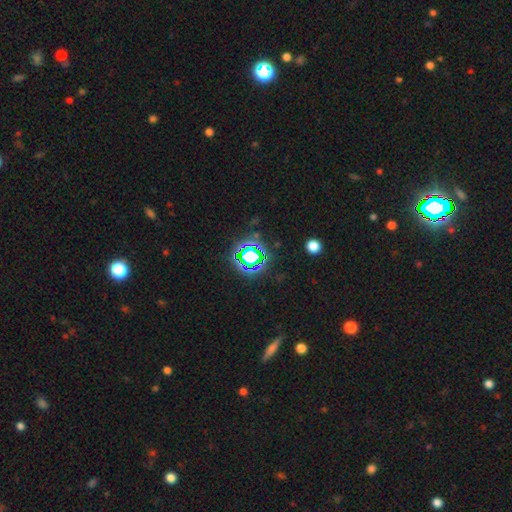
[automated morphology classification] A star or artifact, not a galaxy (73%).

Vote fractions:
- Smooth or featured? star or artifact: 73% / smooth: 17% / featured or disk: 10%